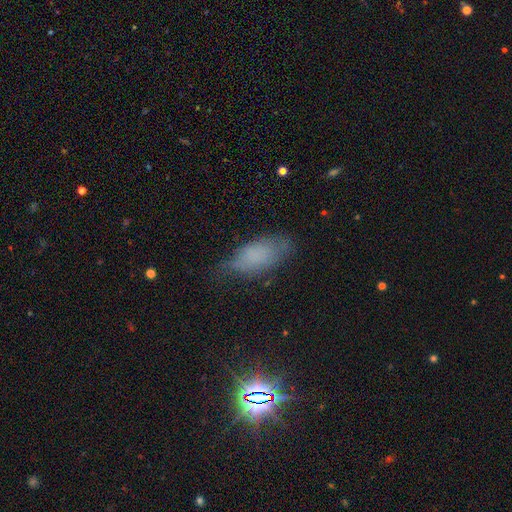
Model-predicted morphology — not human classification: Smooth or featured: smooth — 69% (featured or disk — 18%)
How rounded: in between — 84% (cigar-shaped — 12%)
Merging: none — 54% (minor disturbance — 32%)